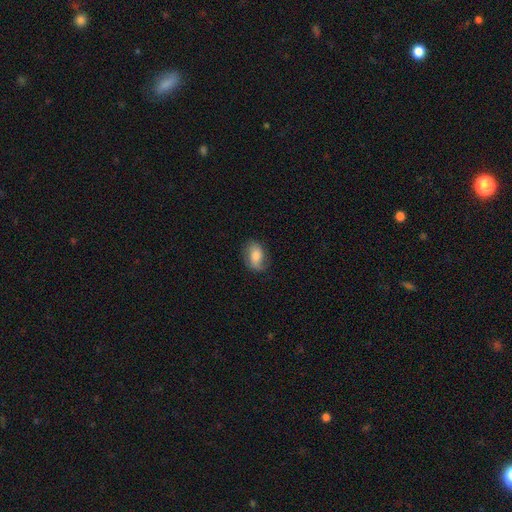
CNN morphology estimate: Smooth or featured?
  - smooth: 63% *
  - featured or disk: 29%
  - star or artifact: 8%
How rounded?
  - in between: 84% *
  - round: 14%
  - cigar-shaped: 2%
Merging?
  - none: 74% *
  - minor disturbance: 19%
  - major disturbance: 6%
  - merger: 1%